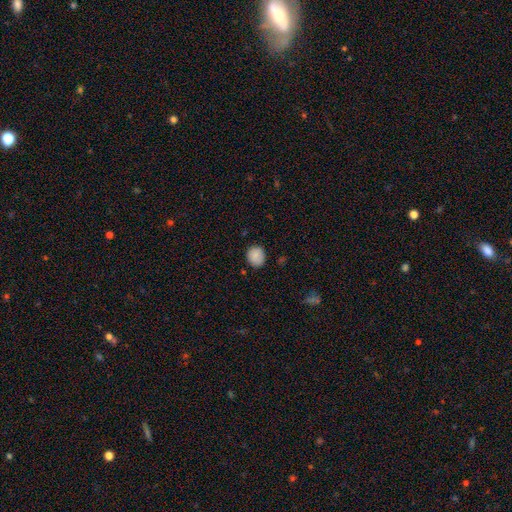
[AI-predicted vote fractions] Morphology: type=smooth (87%); roundness=round (77%); merging=none (83%).